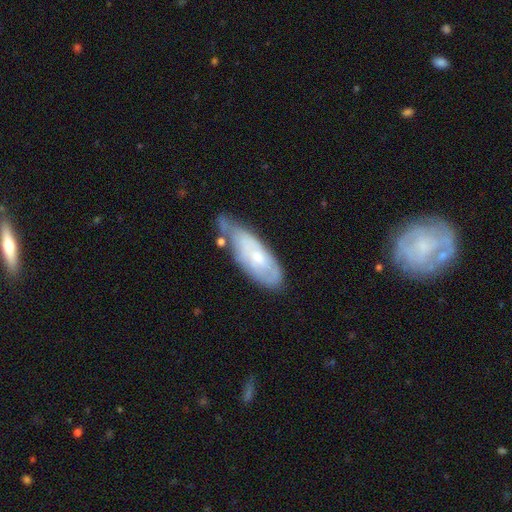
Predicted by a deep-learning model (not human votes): smooth_or_featured: featured or disk (p=0.49) [alt: smooth p=0.44]
merging: none (p=0.40) [alt: minor disturbance p=0.38]